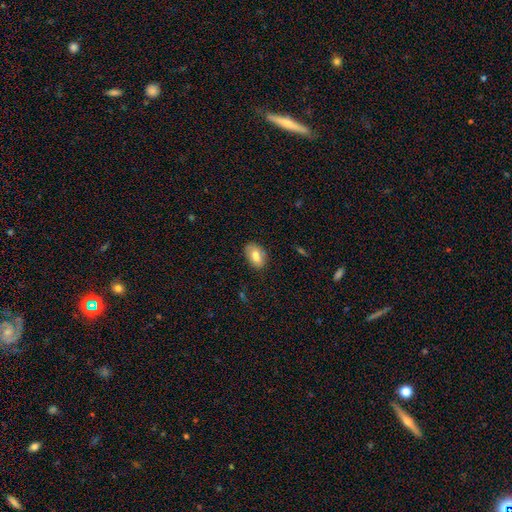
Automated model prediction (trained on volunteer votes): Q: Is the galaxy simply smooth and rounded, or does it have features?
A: smooth — 75%.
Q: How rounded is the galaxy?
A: in between — 88%.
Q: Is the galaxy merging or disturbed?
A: none — 72%.